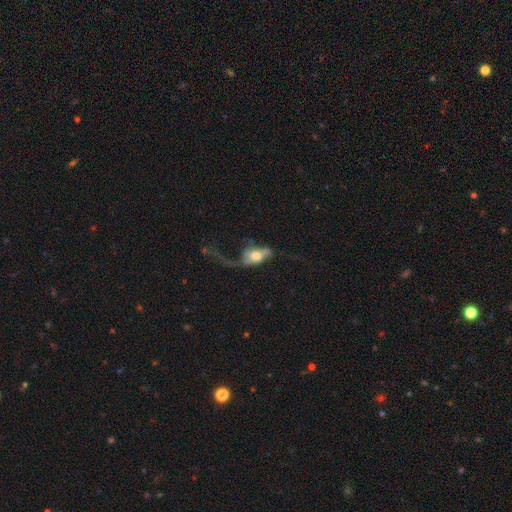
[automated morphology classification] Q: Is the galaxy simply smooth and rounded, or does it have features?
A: featured or disk — 47%.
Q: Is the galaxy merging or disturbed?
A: major disturbance — 58%.